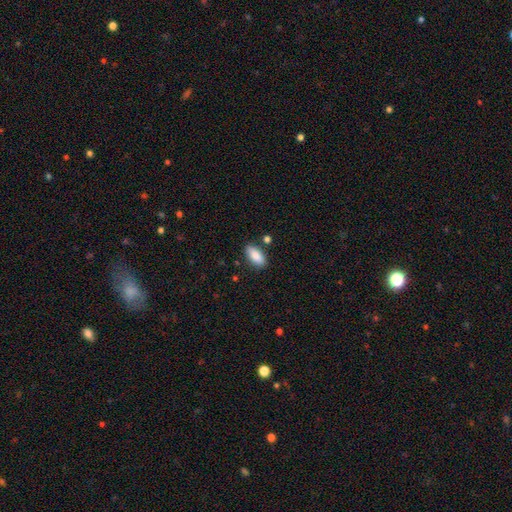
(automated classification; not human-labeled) smooth-or-featured: smooth: 87% | star or artifact: 7% | featured or disk: 7%
  how-rounded: in between: 88% | cigar-shaped: 10% | round: 3%
  merging: none: 82% | minor disturbance: 11% | merger: 4% | major disturbance: 3%